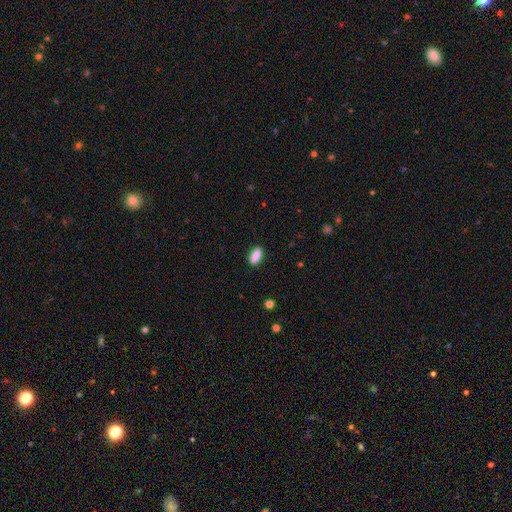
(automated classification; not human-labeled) Smooth or featured? Predicted: smooth (p=0.87). How rounded? Predicted: in between (p=0.76). Merging? Predicted: none (p=0.88).